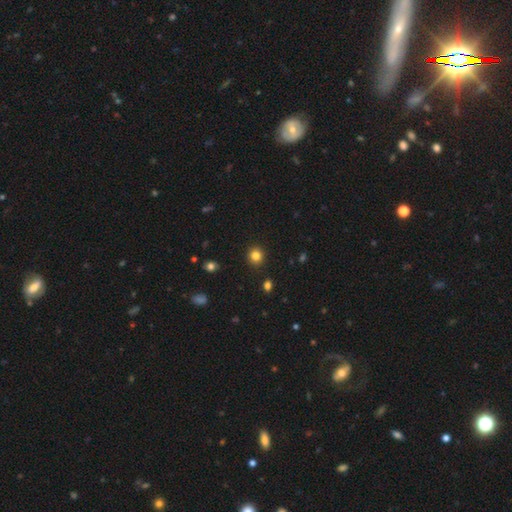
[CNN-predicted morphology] smooth 83%, star or artifact 12%, featured or disk 4%. Down the decision tree: how rounded — round (90%); merging — none (92%).